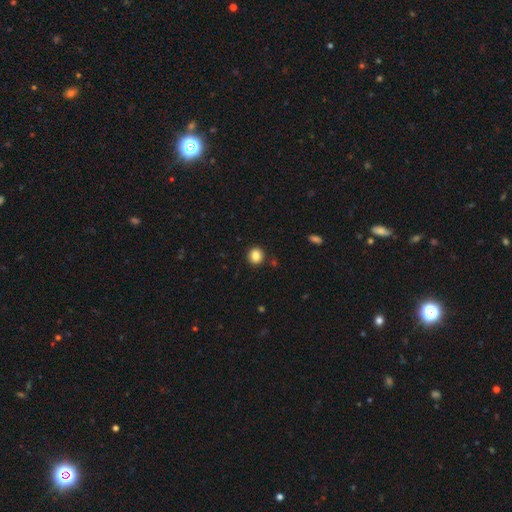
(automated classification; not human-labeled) A smooth galaxy with no disk features (85%) that is round (87%).

Vote fractions:
- Smooth or featured? smooth: 85% / star or artifact: 10% / featured or disk: 5%
- How rounded? round: 87% / in between: 12% / cigar-shaped: 1%
- Merging? none: 91% / minor disturbance: 6% / merger: 2% / major disturbance: 2%